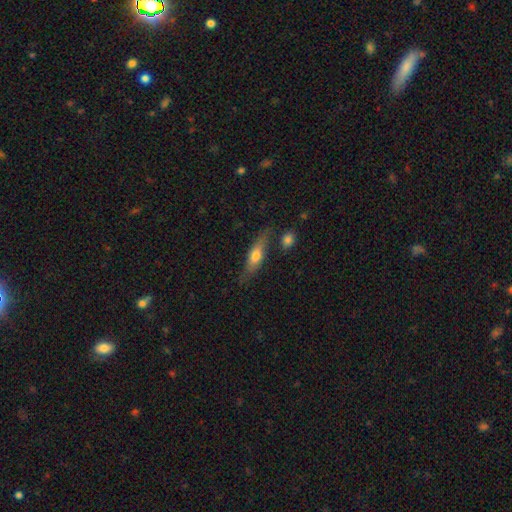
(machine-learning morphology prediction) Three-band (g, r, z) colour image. It shows a smooth galaxy with no disk features (61%) that is cigar-shaped (55%). Merging: none (68%).